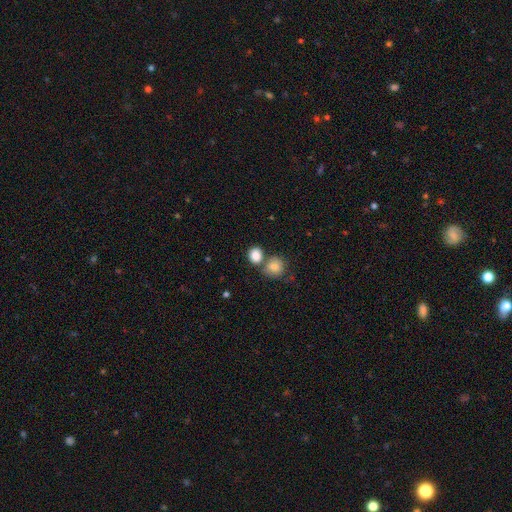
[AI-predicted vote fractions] Smooth or featured?
  - smooth: 85% *
  - star or artifact: 9%
  - featured or disk: 6%
How rounded?
  - round: 68% *
  - in between: 31%
  - cigar-shaped: 1%
Merging?
  - none: 54% *
  - merger: 33%
  - minor disturbance: 9%
  - major disturbance: 3%